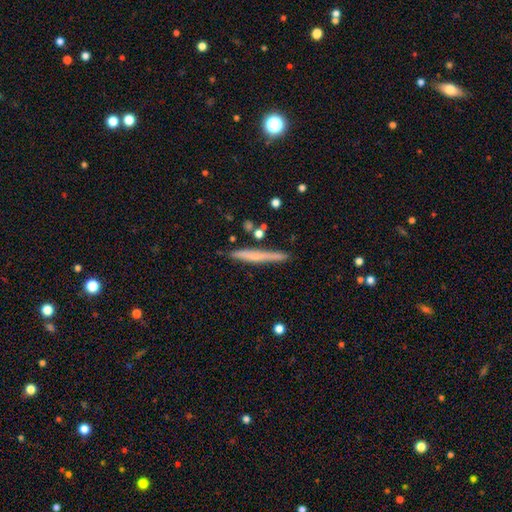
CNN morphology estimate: smooth-or-featured: smooth: 53% | featured or disk: 40% | star or artifact: 7%
  how-rounded: cigar-shaped: 96% | in between: 2% | round: 2%
  merging: none: 85% | minor disturbance: 10% | merger: 3% | major disturbance: 2%